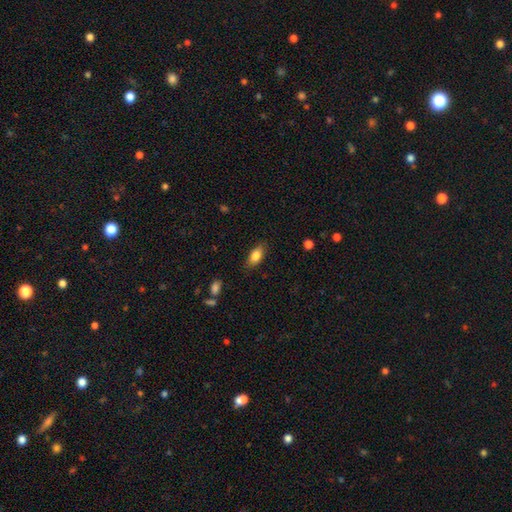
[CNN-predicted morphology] This is clearly a smooth galaxy (83%). How rounded: clearly in between (87%). Merging: clearly none (82%).